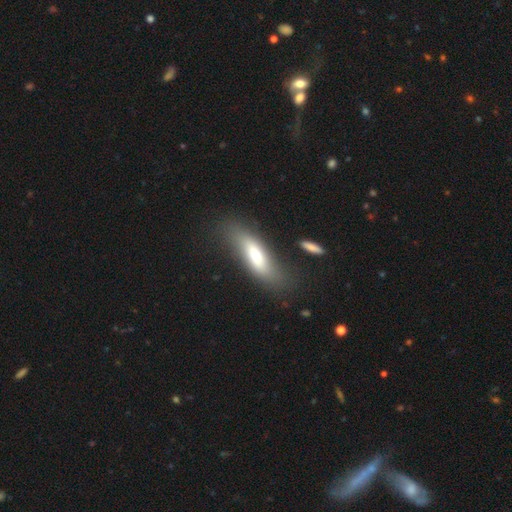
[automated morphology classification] type=smooth (58%); roundness=in between (50%); merging=none (68%).